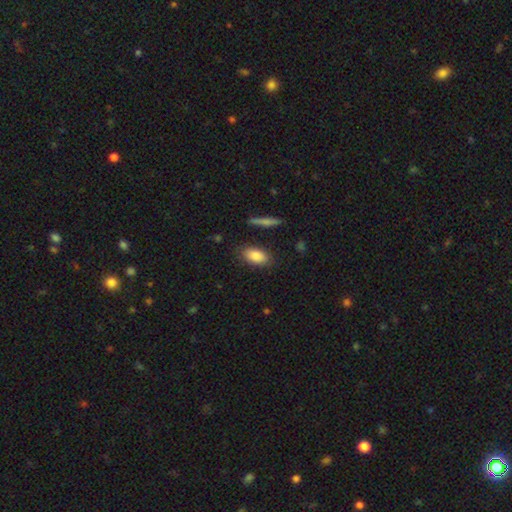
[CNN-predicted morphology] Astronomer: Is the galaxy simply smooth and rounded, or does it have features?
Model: smooth — 86%.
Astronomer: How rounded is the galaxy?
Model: in between — 89%.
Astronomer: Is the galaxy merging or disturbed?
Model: none — 83%.